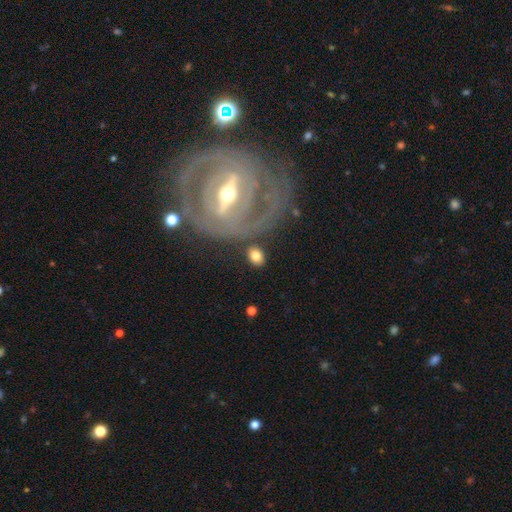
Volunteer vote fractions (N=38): Q: Smooth or featured?
A: smooth (63%); runner-up: featured or disk (29%)
Q: How rounded?
A: in between (75%); runner-up: round (25%)
Q: Merging?
A: none (71%); runner-up: major disturbance (14%)